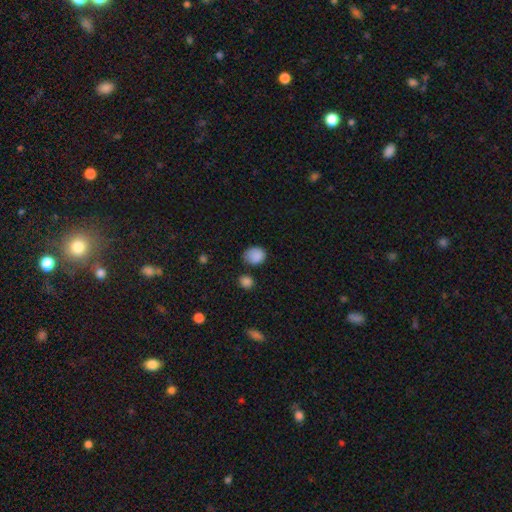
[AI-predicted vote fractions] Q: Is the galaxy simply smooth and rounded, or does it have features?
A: smooth — 86%.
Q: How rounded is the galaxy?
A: round — 54%.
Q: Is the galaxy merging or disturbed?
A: none — 65%.